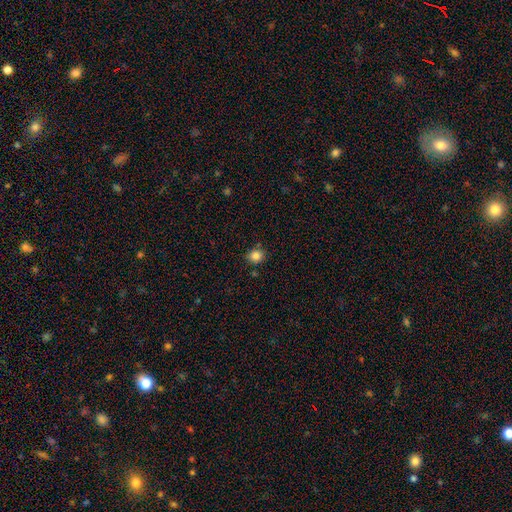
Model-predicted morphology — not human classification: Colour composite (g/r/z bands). It shows a smooth galaxy with no disk features (84%) that is round (79%). Merging: none (79%).